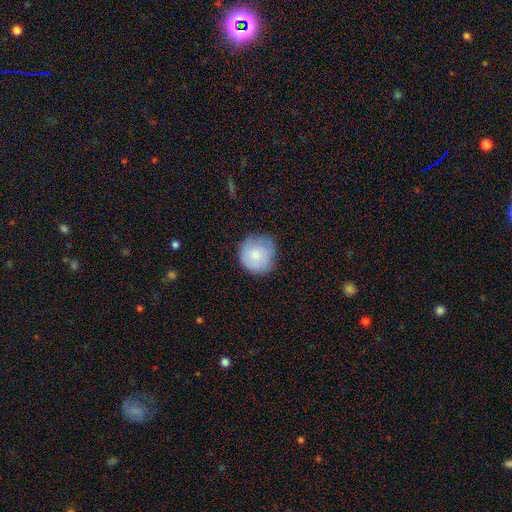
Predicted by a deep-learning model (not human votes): smooth-or-featured: smooth: 77% | featured or disk: 17% | star or artifact: 7%
  how-rounded: round: 93% | in between: 6% | cigar-shaped: 1%
  merging: none: 78% | minor disturbance: 17% | major disturbance: 4% | merger: 1%